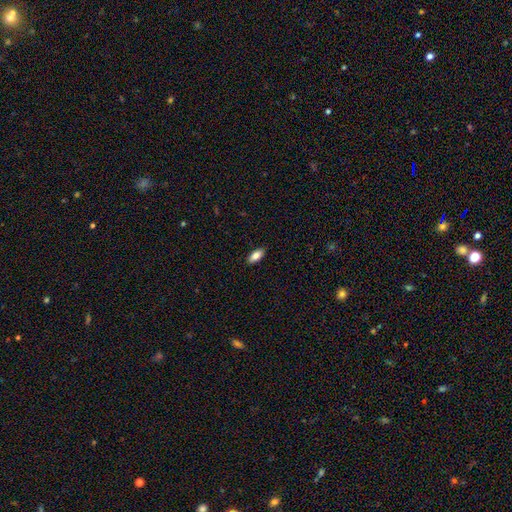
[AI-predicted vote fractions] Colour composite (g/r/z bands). It shows a smooth galaxy with no disk features (82%) that is in between round and cigar-shaped (85%). Merging: none (89%).